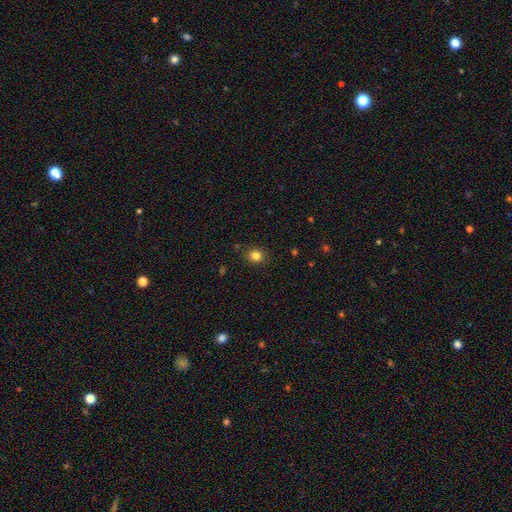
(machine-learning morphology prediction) Q: Smooth or featured?
A: smooth (82%); runner-up: star or artifact (13%)
Q: How rounded?
A: round (75%); runner-up: in between (24%)
Q: Merging?
A: none (88%); runner-up: minor disturbance (8%)